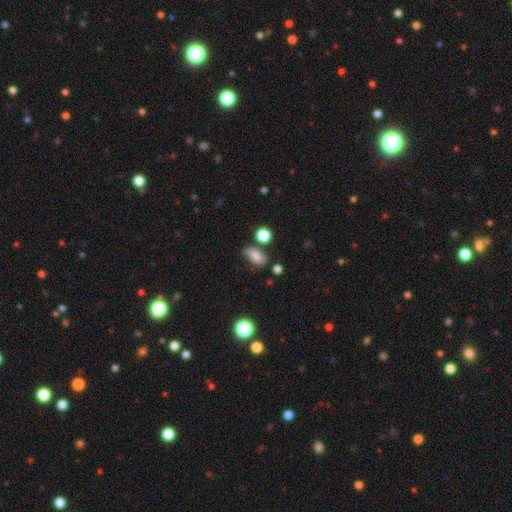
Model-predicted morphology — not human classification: type=smooth (67%); roundness=in between (84%); merging=none (61%).